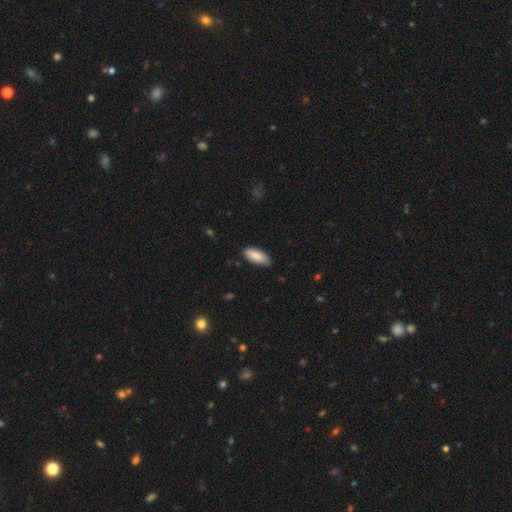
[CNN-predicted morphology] Smooth or featured? smooth (88%)
How rounded? in between (84%)
Merging? none (81%)